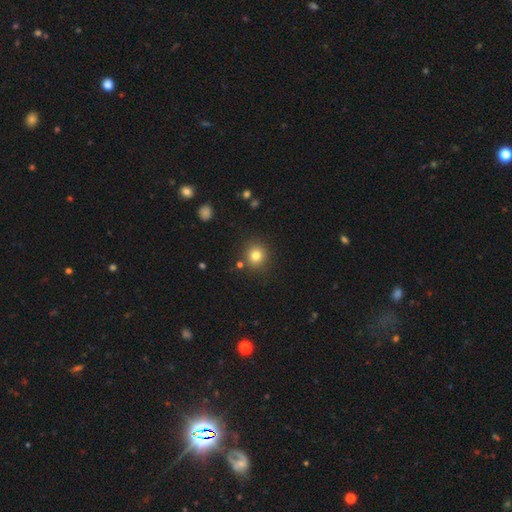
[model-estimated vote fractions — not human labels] This is clearly a smooth galaxy (80%). How rounded: clearly round (90%). Merging: clearly none (87%).